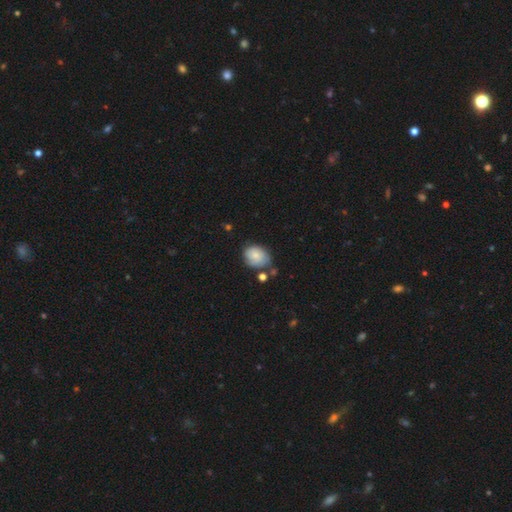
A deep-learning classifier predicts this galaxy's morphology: Smooth or featured? smooth (68%)
How rounded? in between (58%)
Merging? none (55%)